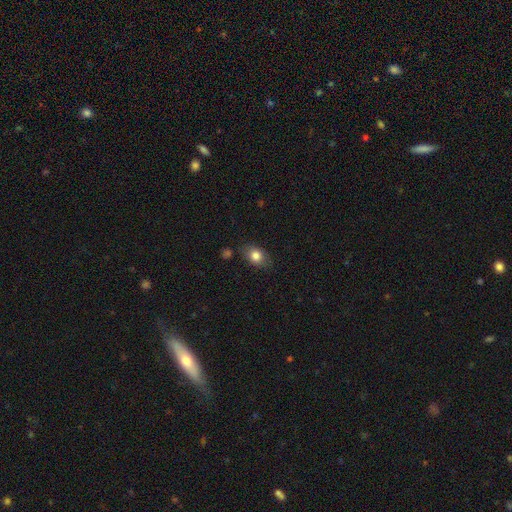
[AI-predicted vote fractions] This is clearly a smooth galaxy (81%). How rounded: likely in between (75%). Merging: likely none (79%).